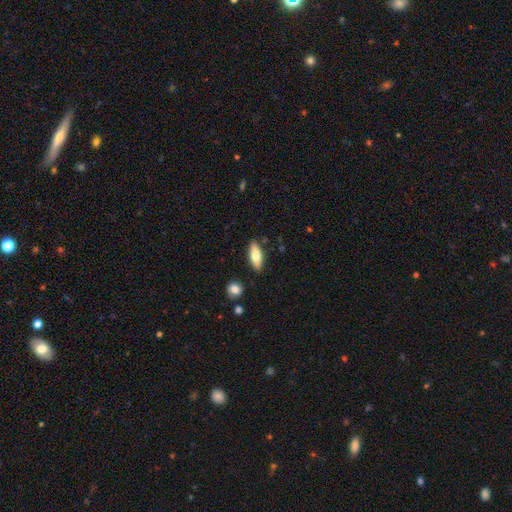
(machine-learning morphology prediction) Q: Smooth or featured?
A: smooth (68%); runner-up: featured or disk (26%)
Q: How rounded?
A: in between (64%); runner-up: cigar-shaped (33%)
Q: Merging?
A: none (86%); runner-up: minor disturbance (10%)